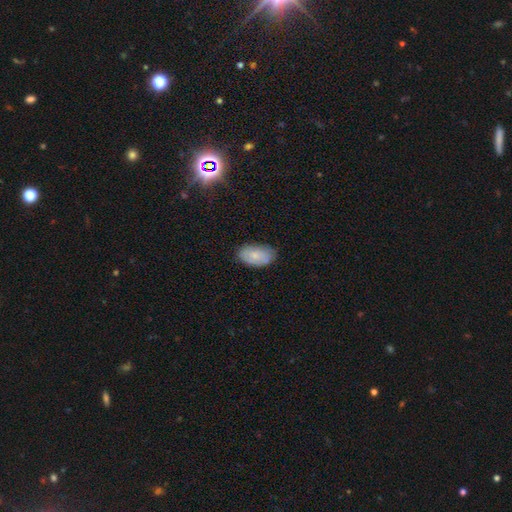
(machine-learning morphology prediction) Smooth or featured?
  - smooth: 71% *
  - featured or disk: 22%
  - star or artifact: 7%
How rounded?
  - in between: 94% *
  - round: 4%
  - cigar-shaped: 2%
Merging?
  - none: 76% *
  - minor disturbance: 20%
  - major disturbance: 3%
  - merger: 1%